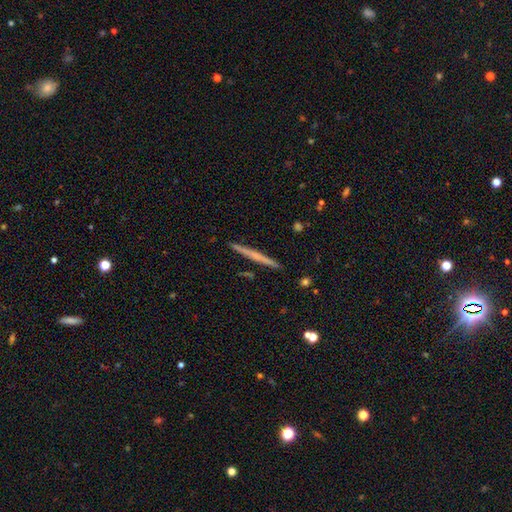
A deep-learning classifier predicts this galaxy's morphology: A featured or disk galaxy (56%) viewed edge-on (98%) with no central bulge (71%). Merging: none (92%).